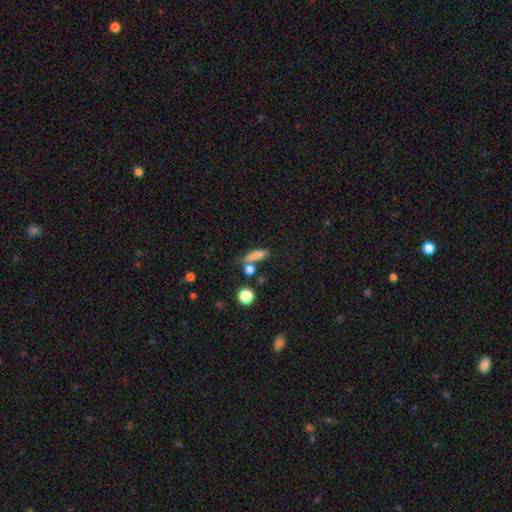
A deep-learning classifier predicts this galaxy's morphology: type=smooth (78%); roundness=cigar-shaped (55%); merging=none (57%).